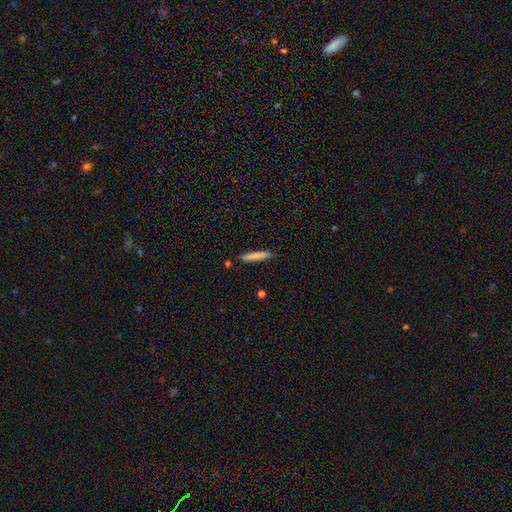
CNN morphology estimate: Overall: smooth (80%). How rounded: cigar-shaped (92%). Merging: none (87%).